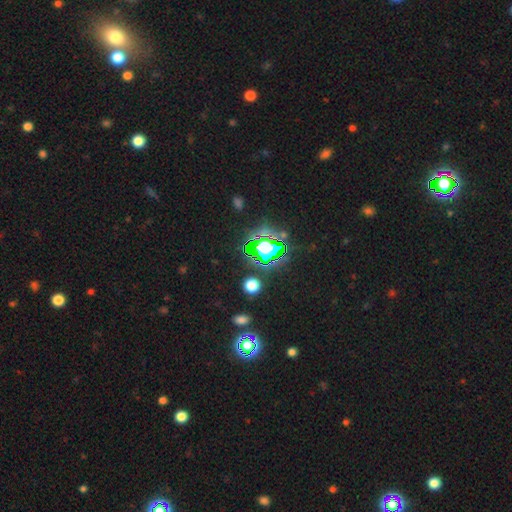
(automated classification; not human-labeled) smooth_or_featured: star or artifact (p=0.72) [alt: smooth p=0.18]